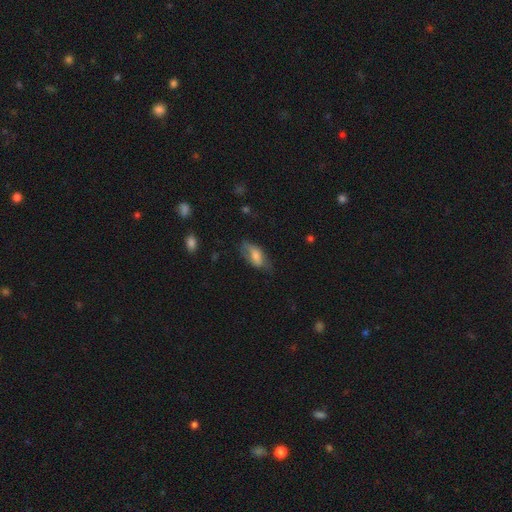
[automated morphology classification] Smooth or featured?
  - smooth: 65% *
  - featured or disk: 28%
  - star or artifact: 7%
How rounded?
  - in between: 86% *
  - cigar-shaped: 10%
  - round: 4%
Merging?
  - none: 52% *
  - minor disturbance: 31%
  - major disturbance: 15%
  - merger: 2%